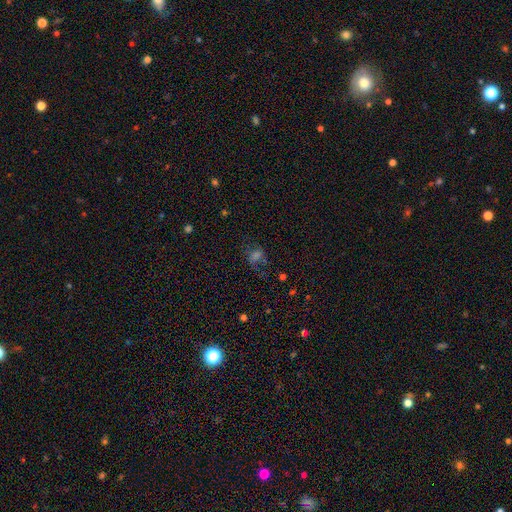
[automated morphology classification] The model was most divided on "smooth or featured": smooth: 47%, star or artifact: 31%, featured or disk: 22%. More confident: merging — none (53%).